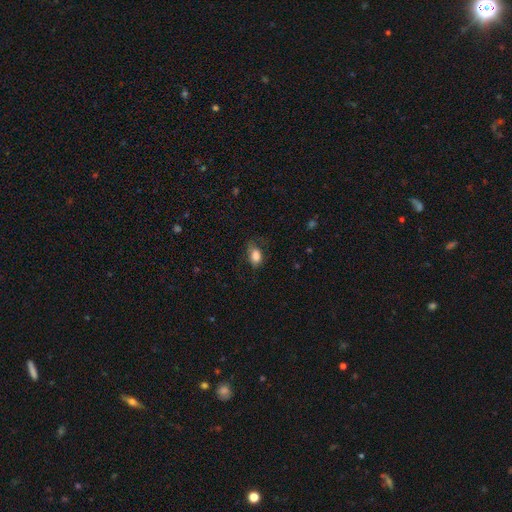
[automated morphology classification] type=smooth (82%); roundness=in between (81%); merging=none (54%).